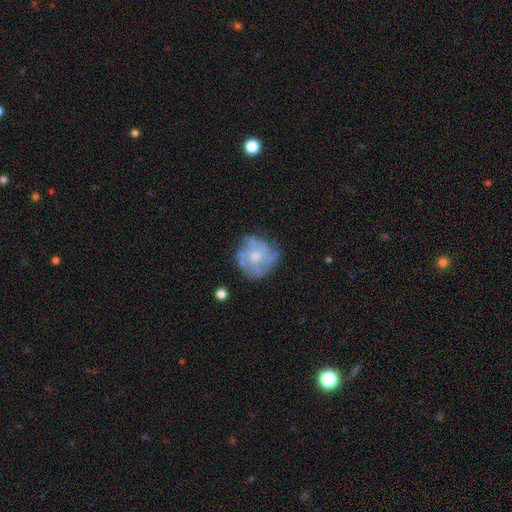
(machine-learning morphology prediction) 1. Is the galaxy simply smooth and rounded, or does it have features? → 63% featured or disk, 28% smooth, 9% star or artifact.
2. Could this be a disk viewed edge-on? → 98% no, 2% yes.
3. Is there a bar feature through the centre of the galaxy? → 83% no, 15% weak, 2% strong.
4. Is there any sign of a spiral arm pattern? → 59% yes, 41% no.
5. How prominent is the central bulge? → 54% moderate, 35% small, 6% none, 4% large, 1% dominant.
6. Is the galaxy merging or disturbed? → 64% none, 21% minor disturbance, 12% major disturbance, 3% merger.